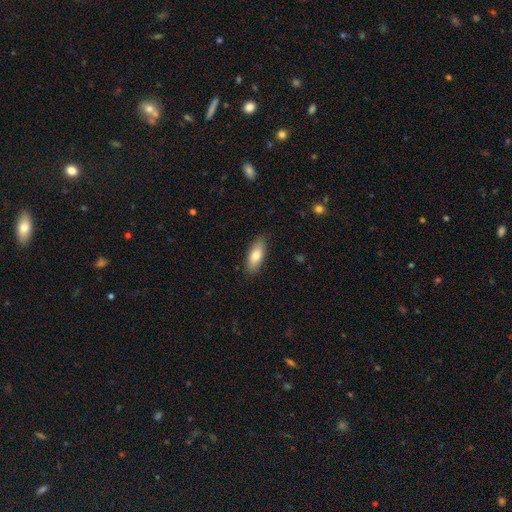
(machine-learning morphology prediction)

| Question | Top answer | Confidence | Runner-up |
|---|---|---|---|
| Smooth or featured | smooth | 78% | featured or disk (16%) |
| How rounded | in between | 79% | cigar-shaped (19%) |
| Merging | none | 87% | minor disturbance (10%) |